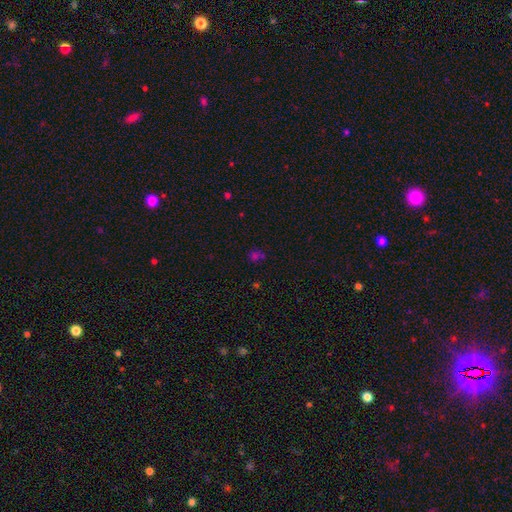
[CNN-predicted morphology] Smooth or featured? smooth (55%)
How rounded? round (73%)
Merging? none (60%)